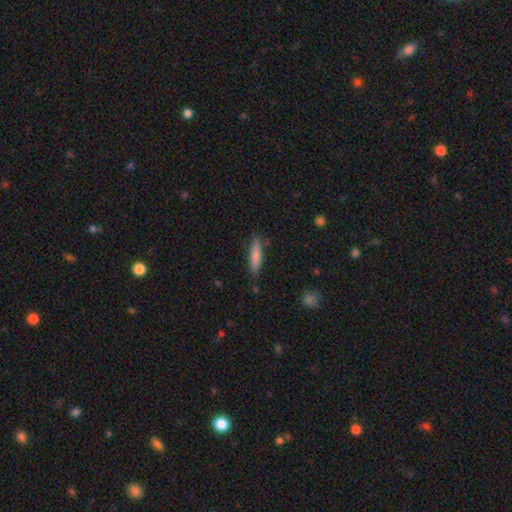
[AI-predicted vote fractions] smooth 79%, featured or disk 15%, star or artifact 6%. Down the decision tree: how rounded — cigar-shaped (80%); merging — none (82%).